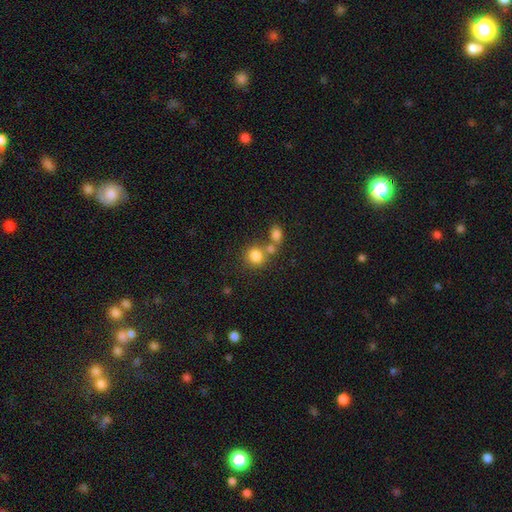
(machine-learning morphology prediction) Smooth or featured: smooth — 81% (star or artifact — 12%)
How rounded: round — 81% (in between — 18%)
Merging: none — 56% (merger — 30%)